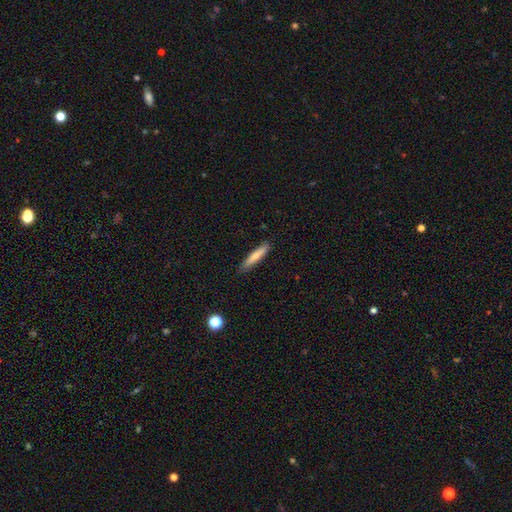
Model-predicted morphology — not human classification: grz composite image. It shows a smooth galaxy with no disk features (72%) that is cigar-shaped (90%). Merging: none (86%).